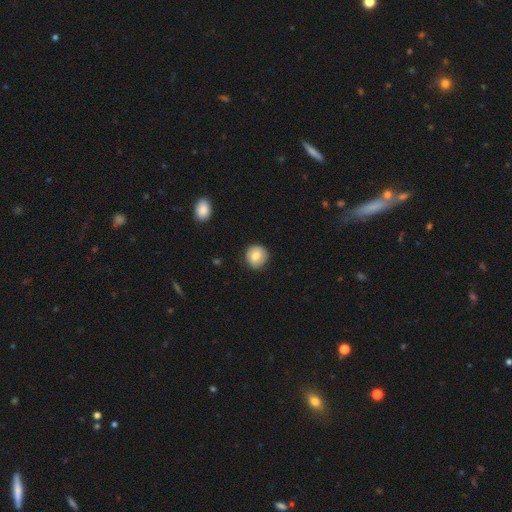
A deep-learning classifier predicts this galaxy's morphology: Smooth or featured? Predicted: smooth (p=0.75). How rounded? Predicted: round (p=0.90). Merging? Predicted: none (p=0.82).